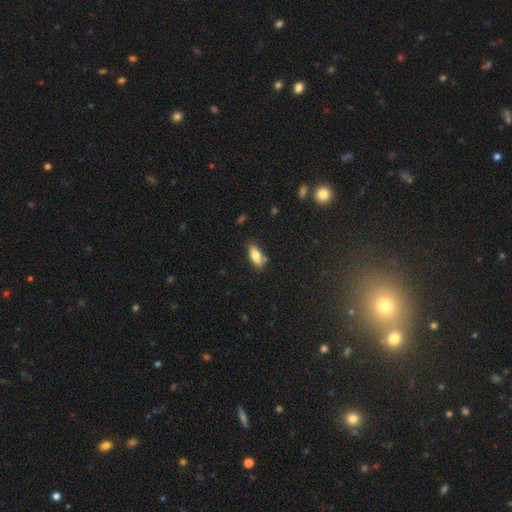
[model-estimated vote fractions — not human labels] This appears to be a smooth galaxy with no disk features (75%) that is in between round and cigar-shaped (77%). Merging: none (75%).